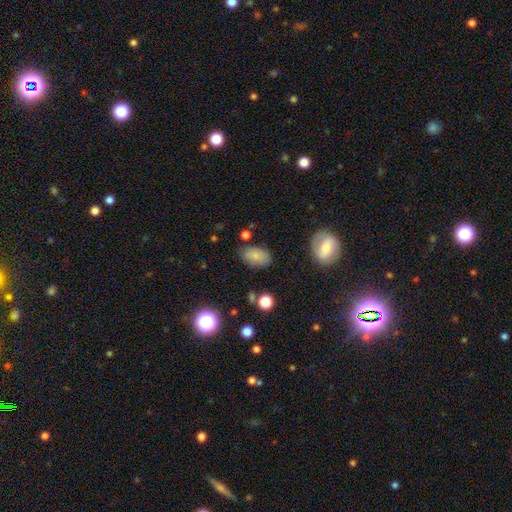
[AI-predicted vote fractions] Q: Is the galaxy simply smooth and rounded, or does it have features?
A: smooth — 82%.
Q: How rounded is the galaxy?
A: in between — 91%.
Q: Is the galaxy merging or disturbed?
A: none — 76%.